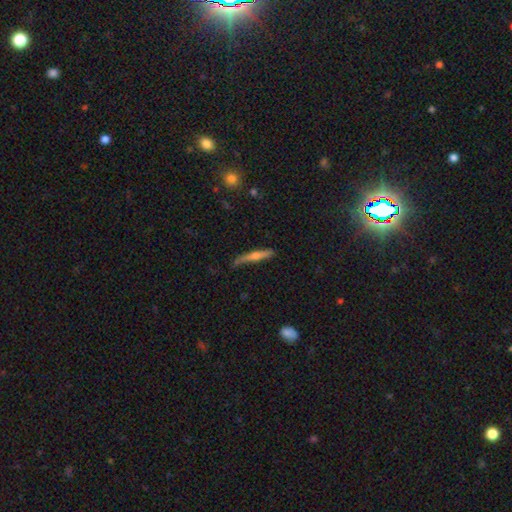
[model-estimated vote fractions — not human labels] Q: Smooth or featured?
A: featured or disk (58%); runner-up: smooth (34%)
Q: Edge-on disk?
A: yes (93%); runner-up: no (7%)
Q: Edge-on bulge?
A: rounded (78%); runner-up: none (14%)
Q: Merging?
A: none (73%); runner-up: minor disturbance (20%)